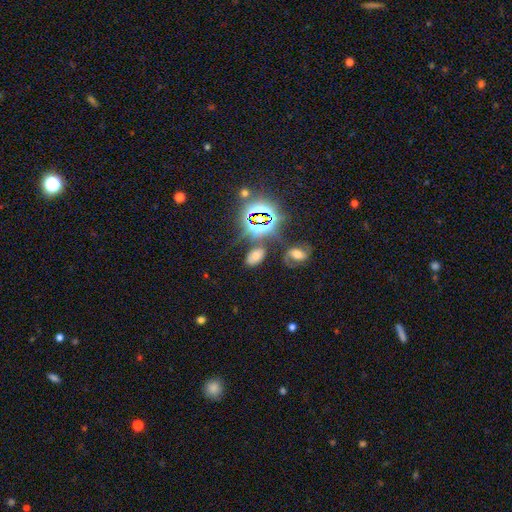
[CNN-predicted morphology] A smooth galaxy with no disk features (46%).

Vote fractions:
- Smooth or featured? smooth: 46% / star or artifact: 34% / featured or disk: 20%
- Merging? none: 66% / minor disturbance: 17% / merger: 9% / major disturbance: 8%